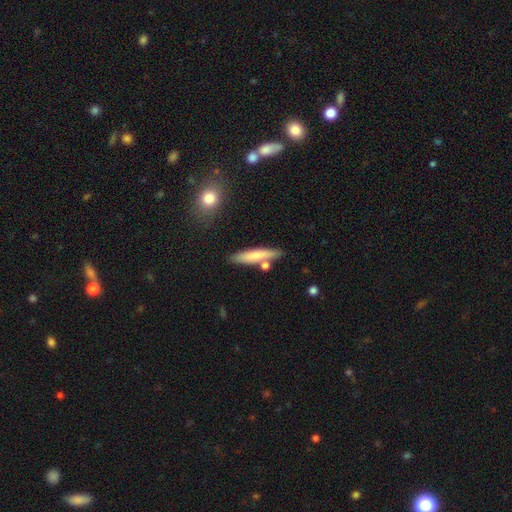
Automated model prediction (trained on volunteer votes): Smooth or featured? Predicted: smooth (p=0.72). How rounded? Predicted: cigar-shaped (p=0.85). Merging? Predicted: none (p=0.74).